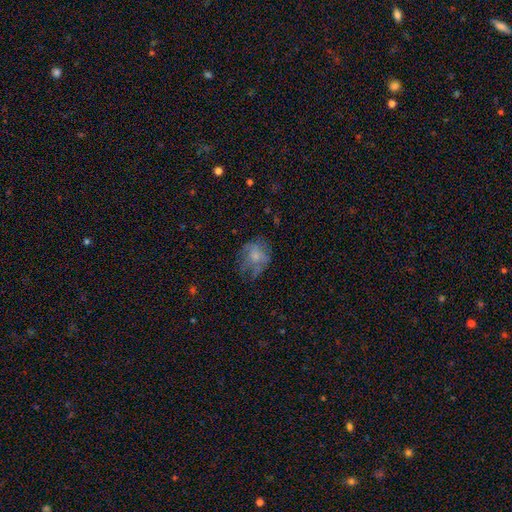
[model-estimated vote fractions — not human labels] Smooth or featured? Predicted: smooth (p=0.56). How rounded? Predicted: round (p=0.58). Merging? Predicted: none (p=0.45).